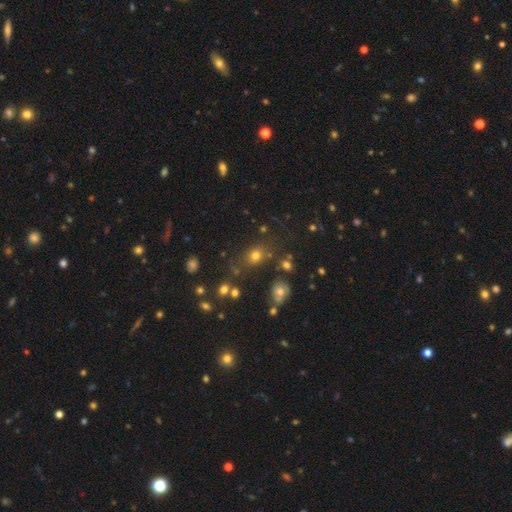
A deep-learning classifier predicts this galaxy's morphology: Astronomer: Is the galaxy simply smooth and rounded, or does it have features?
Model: smooth — 67%.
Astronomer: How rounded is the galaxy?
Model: round — 60% (runner-up: in between, 38%).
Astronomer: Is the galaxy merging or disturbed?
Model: none — 71%.